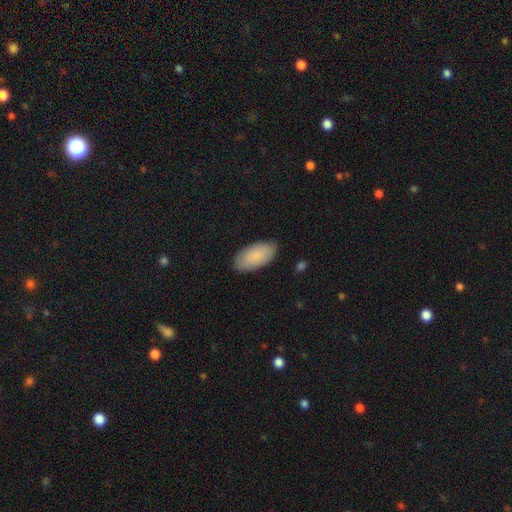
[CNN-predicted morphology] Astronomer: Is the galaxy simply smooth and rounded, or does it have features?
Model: smooth — 87%.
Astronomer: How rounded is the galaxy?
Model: in between — 95%.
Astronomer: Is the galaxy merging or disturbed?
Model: none — 86%.